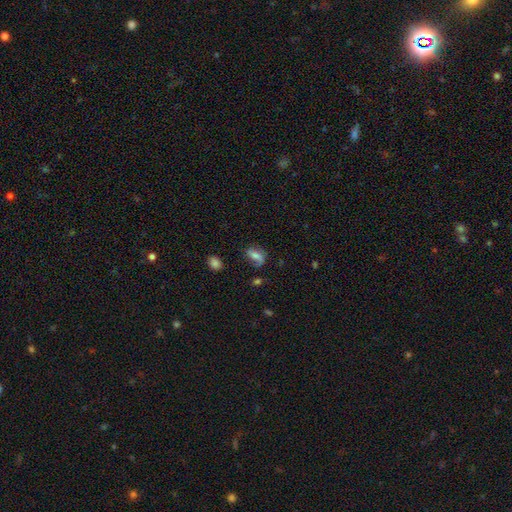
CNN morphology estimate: This appears to be a smooth galaxy with no disk features (51%) that is in between round and cigar-shaped (82%). Merging: none (52%).